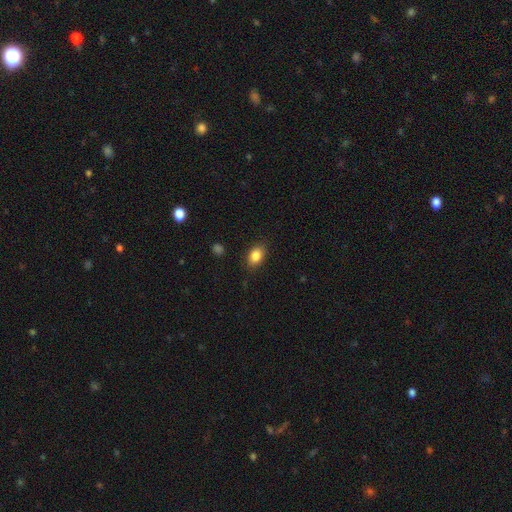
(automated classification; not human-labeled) smooth 86%, star or artifact 8%, featured or disk 6%. Down the decision tree: how rounded — in between (82%); merging — none (85%).